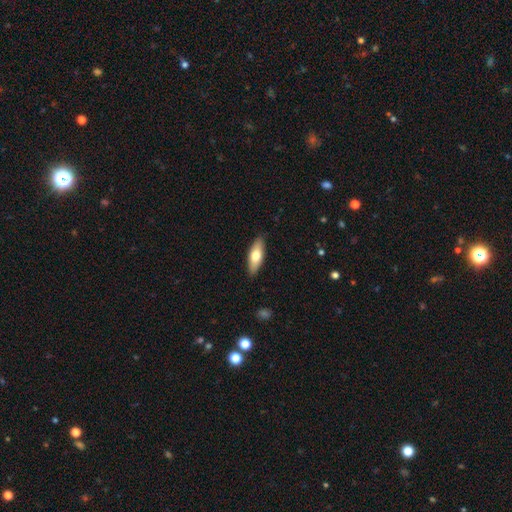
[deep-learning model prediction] The model was most divided on "how rounded": in between: 67%, cigar-shaped: 30%, round: 2%. More confident: merging — none (88%); smooth or featured — smooth (67%).